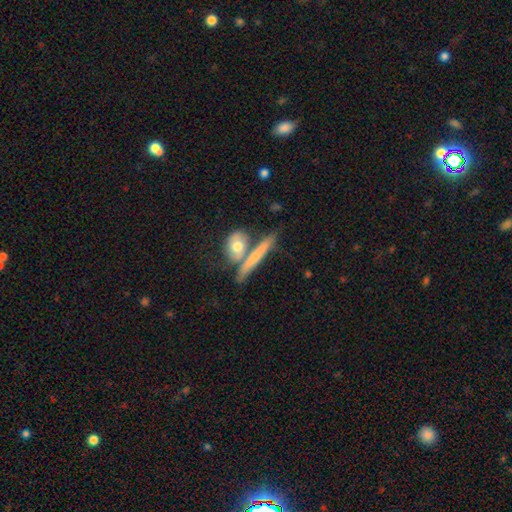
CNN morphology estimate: This appears to be a smooth galaxy with no disk features (52%) that is cigar-shaped (73%). Merging: none (54%).